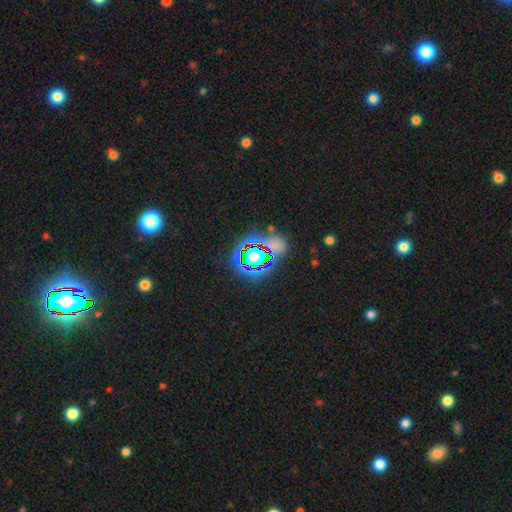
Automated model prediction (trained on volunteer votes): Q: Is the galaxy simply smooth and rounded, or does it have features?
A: star or artifact — 78%.